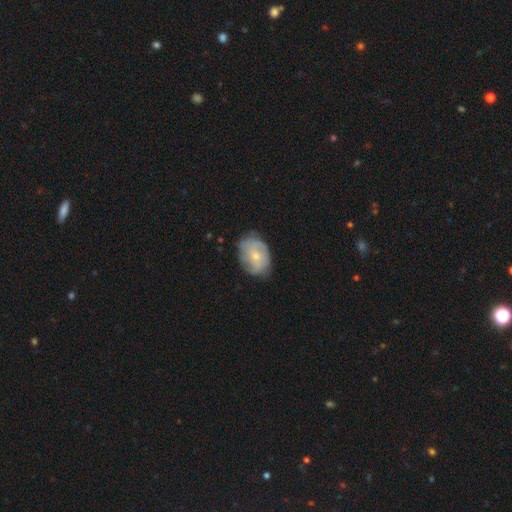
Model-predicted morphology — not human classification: Overall: featured or disk (48%; smooth 45%). Merging: none (66%).